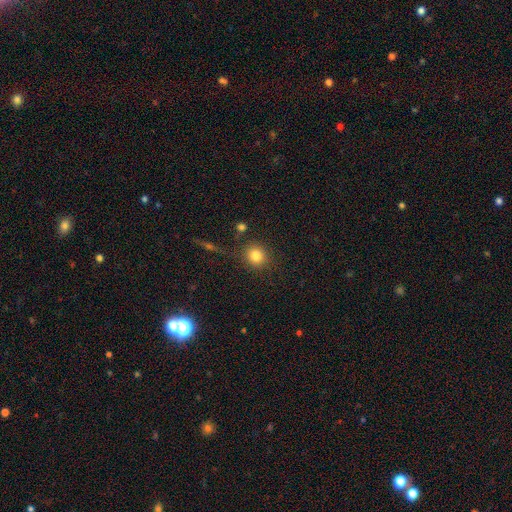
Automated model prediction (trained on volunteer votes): Smooth or featured?
  - smooth: 81% *
  - star or artifact: 11%
  - featured or disk: 7%
How rounded?
  - round: 88% *
  - in between: 11%
  - cigar-shaped: 1%
Merging?
  - none: 84% *
  - minor disturbance: 8%
  - merger: 5%
  - major disturbance: 3%